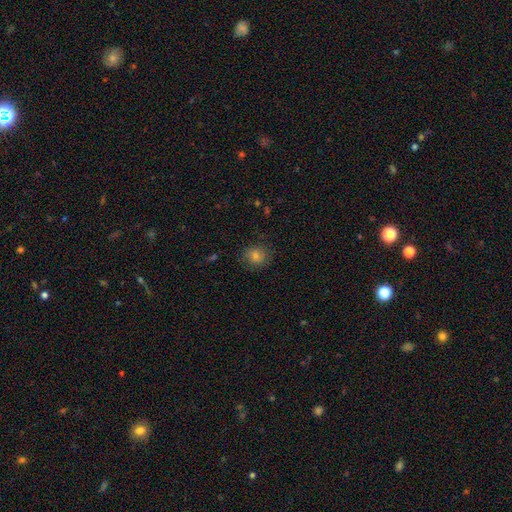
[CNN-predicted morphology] Smooth or featured?
  - smooth: 71% *
  - star or artifact: 15%
  - featured or disk: 14%
How rounded?
  - round: 79% *
  - in between: 20%
  - cigar-shaped: 1%
Merging?
  - none: 81% *
  - minor disturbance: 13%
  - major disturbance: 4%
  - merger: 1%